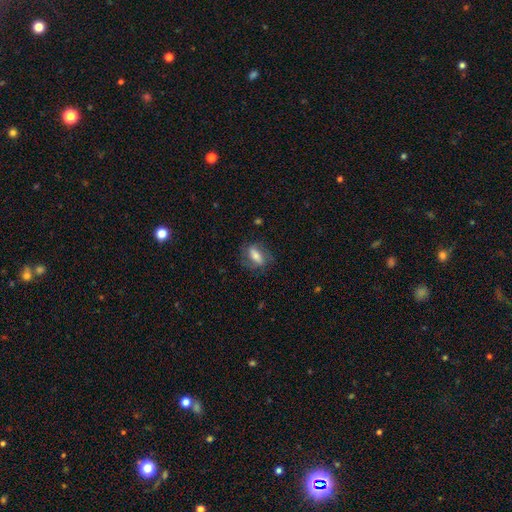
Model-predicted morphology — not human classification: This appears to be a smooth galaxy with no disk features (48%). Merging: none (69%).